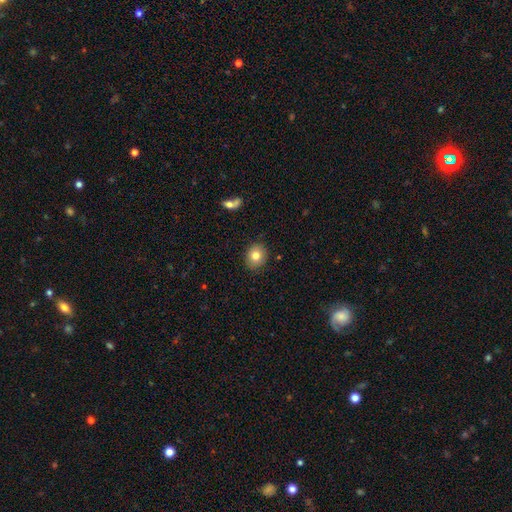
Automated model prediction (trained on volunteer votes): smooth 80%, featured or disk 10%, star or artifact 10%. Down the decision tree: how rounded — round (67%); merging — none (88%).